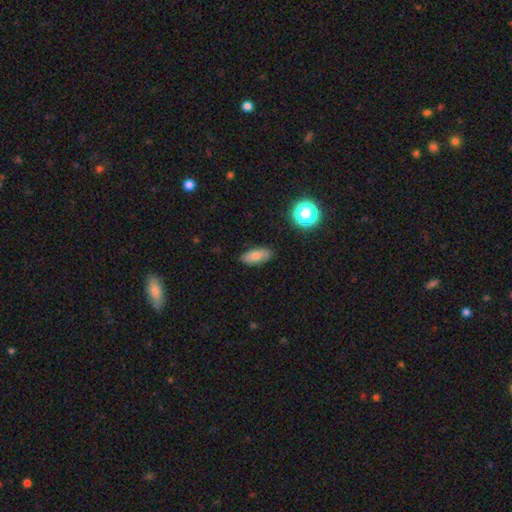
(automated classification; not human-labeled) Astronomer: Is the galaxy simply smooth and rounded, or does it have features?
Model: smooth — 72%.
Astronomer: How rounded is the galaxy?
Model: in between — 85%.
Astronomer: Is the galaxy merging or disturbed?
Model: none — 84%.